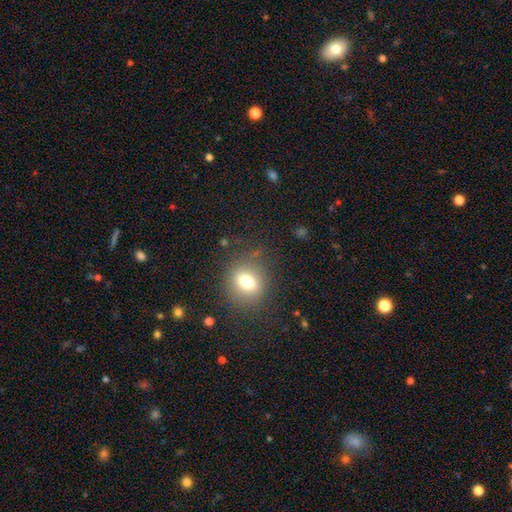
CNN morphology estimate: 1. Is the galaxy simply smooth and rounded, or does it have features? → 71% smooth, 17% star or artifact, 12% featured or disk.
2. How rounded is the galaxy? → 67% round, 31% in between, 1% cigar-shaped.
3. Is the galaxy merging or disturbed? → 83% none, 11% minor disturbance, 4% major disturbance, 2% merger.